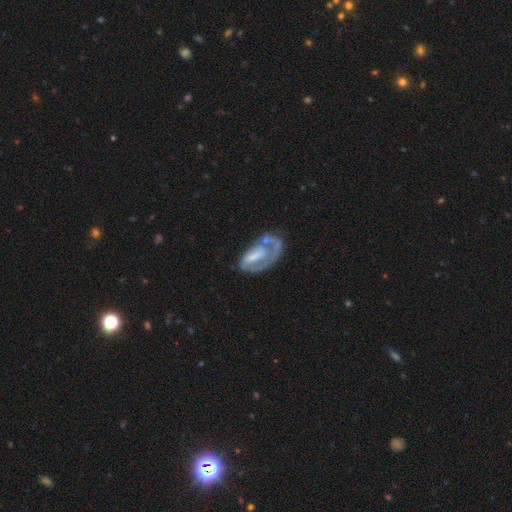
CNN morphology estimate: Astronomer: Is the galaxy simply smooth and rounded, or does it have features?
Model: featured or disk — 64%.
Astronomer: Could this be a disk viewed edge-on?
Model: no — 95%.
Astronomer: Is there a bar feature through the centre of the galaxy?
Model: no — 48% (runner-up: weak, 32%).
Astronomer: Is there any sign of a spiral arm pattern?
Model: yes — 61% (runner-up: no, 39%).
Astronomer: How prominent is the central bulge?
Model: none — 36% (runner-up: moderate, 28%).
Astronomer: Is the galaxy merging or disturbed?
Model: none — 35% (runner-up: major disturbance, 34%).